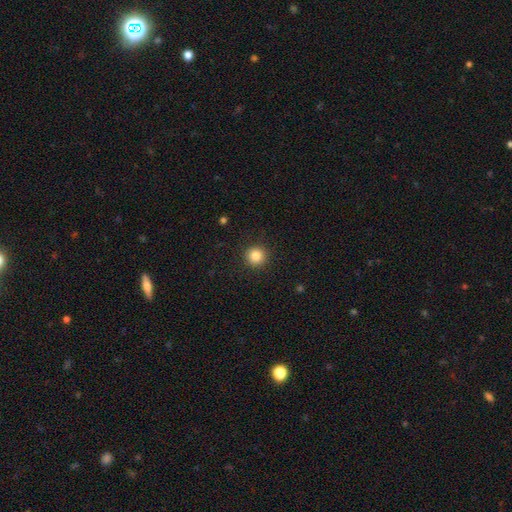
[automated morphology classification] Smooth or featured?
  - smooth: 84% *
  - star or artifact: 11%
  - featured or disk: 5%
How rounded?
  - round: 94% *
  - in between: 5%
  - cigar-shaped: 1%
Merging?
  - none: 92% *
  - minor disturbance: 5%
  - major disturbance: 2%
  - merger: 1%